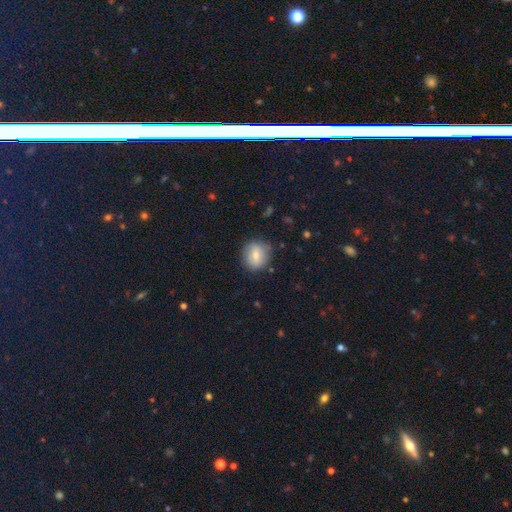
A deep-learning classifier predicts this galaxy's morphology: Q: Smooth or featured?
A: smooth (70%); runner-up: featured or disk (21%)
Q: How rounded?
A: round (77%); runner-up: in between (21%)
Q: Merging?
A: none (82%); runner-up: minor disturbance (13%)